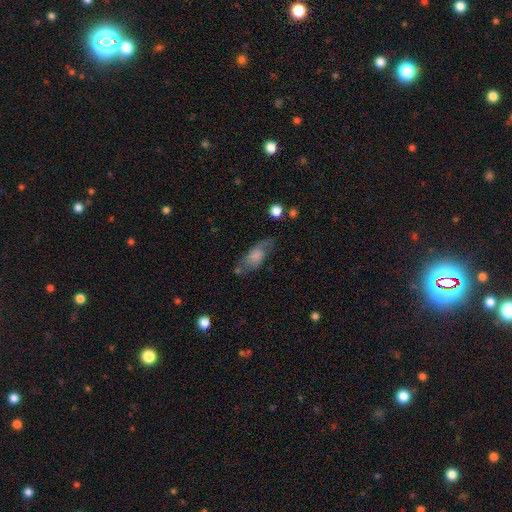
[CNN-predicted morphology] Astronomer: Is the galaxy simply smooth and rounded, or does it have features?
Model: smooth — 58% (runner-up: featured or disk, 34%).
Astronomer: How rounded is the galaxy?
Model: in between — 83%.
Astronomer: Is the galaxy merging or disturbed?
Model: none — 49% (runner-up: minor disturbance, 28%).